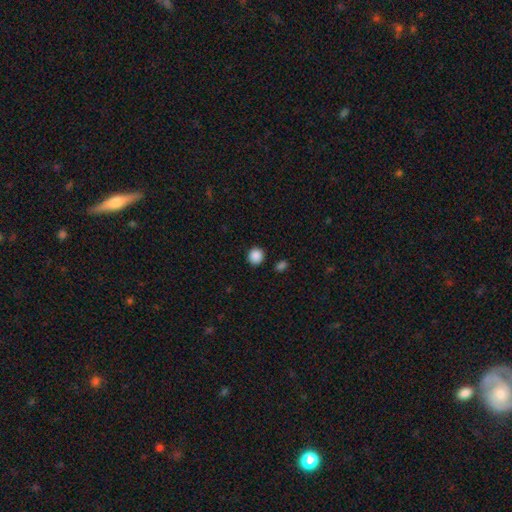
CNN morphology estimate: type=smooth (88%); roundness=round (90%); merging=none (90%).